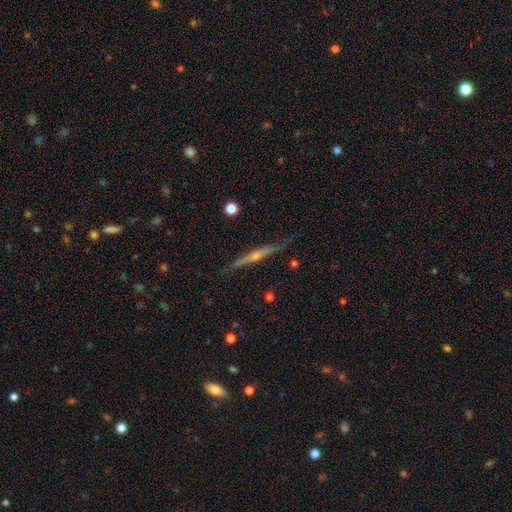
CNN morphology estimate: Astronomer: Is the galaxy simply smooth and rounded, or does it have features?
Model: featured or disk — 78%.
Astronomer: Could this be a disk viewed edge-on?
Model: yes — 98%.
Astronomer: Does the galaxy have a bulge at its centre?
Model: rounded — 80%.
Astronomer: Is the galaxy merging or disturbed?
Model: none — 84%.